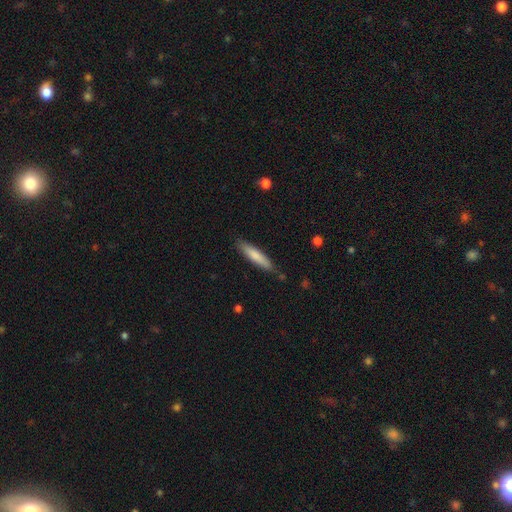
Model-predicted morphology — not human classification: smooth-or-featured: smooth: 78% | featured or disk: 17% | star or artifact: 5%
  how-rounded: cigar-shaped: 85% | in between: 14% | round: 1%
  merging: none: 84% | minor disturbance: 13% | major disturbance: 2% | merger: 2%